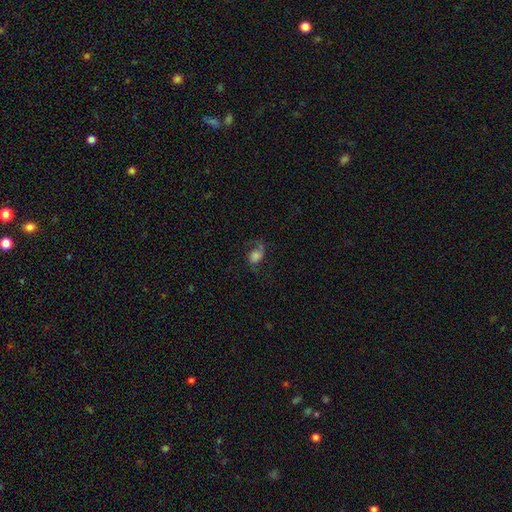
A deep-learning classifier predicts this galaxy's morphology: smooth-or-featured: featured or disk: 52% | smooth: 36% | star or artifact: 12%
  disk-edge-on: no: 97% | yes: 3%
    bar: no: 69% | weak: 25% | strong: 6%
    has-spiral-arms: yes: 90% | no: 10%
    bulge-size: large: 30% | none: 20% | moderate: 18% | dominant: 17% | small: 14%
  merging: none: 55% | major disturbance: 23% | minor disturbance: 20% | merger: 2%